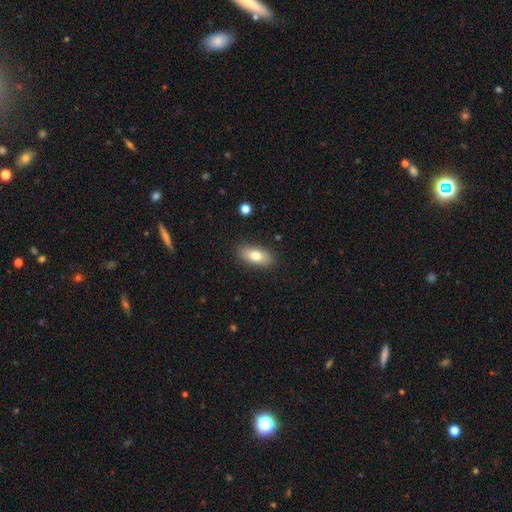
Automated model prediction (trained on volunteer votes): Smooth or featured? Predicted: smooth (p=0.76). How rounded? Predicted: in between (p=0.86). Merging? Predicted: none (p=0.86).